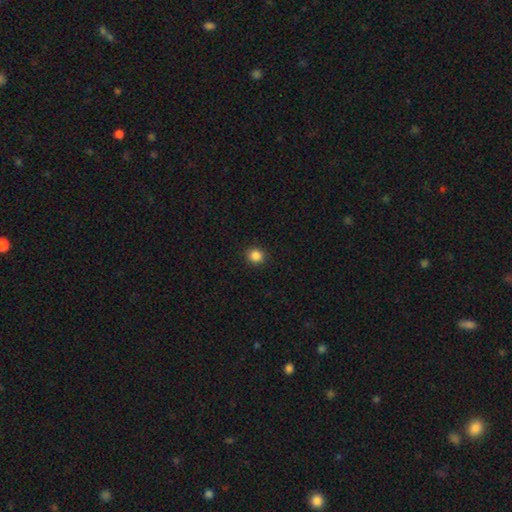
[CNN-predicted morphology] This is clearly a smooth galaxy (86%). How rounded: clearly round (87%). Merging: clearly none (92%).